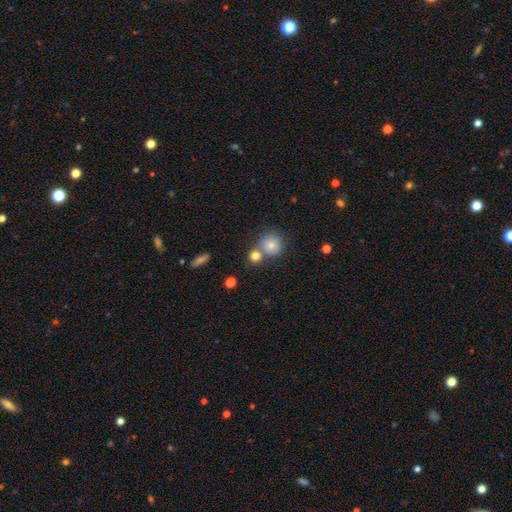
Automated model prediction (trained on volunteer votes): Morphology: type=smooth (77%); roundness=round (86%); merging=none (57%).